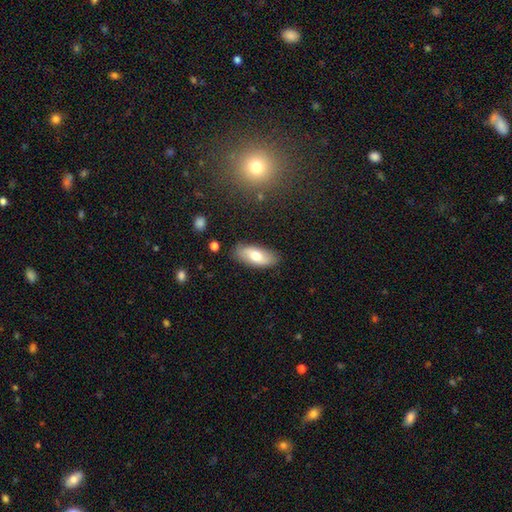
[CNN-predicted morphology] A smooth galaxy with no disk features (67%) that is in between round and cigar-shaped (85%). Merging: none (84%).